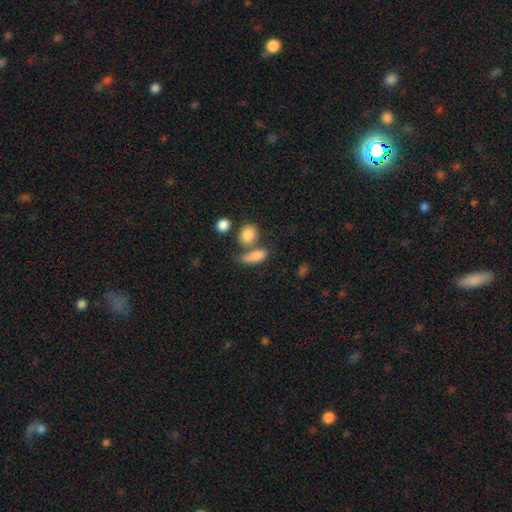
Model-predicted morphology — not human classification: A smooth galaxy with no disk features (82%) that is in between round and cigar-shaped (72%). Merging: none (39%).